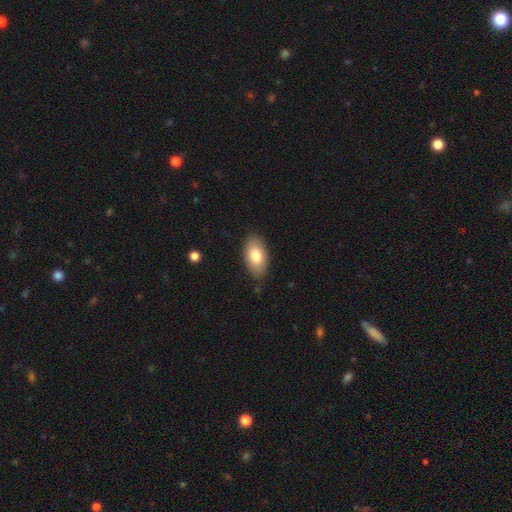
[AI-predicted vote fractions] Smooth or featured? Predicted: smooth (p=0.79). How rounded? Predicted: in between (p=0.93). Merging? Predicted: none (p=0.83).